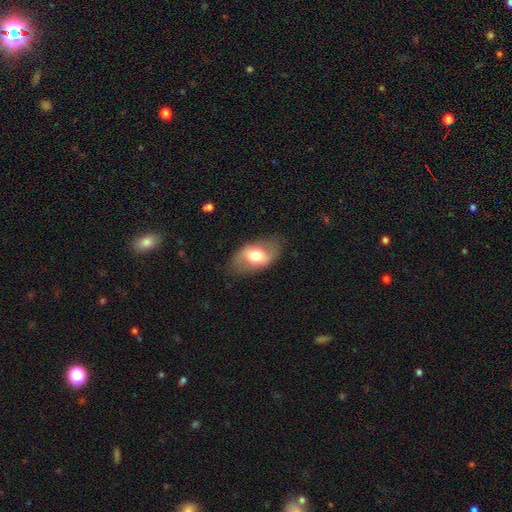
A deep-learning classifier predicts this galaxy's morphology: smooth_or_featured: smooth (p=0.53) [alt: featured or disk p=0.40]
how_rounded: in between (p=0.88) [alt: round p=0.10]
merging: none (p=0.76) [alt: minor disturbance p=0.17]